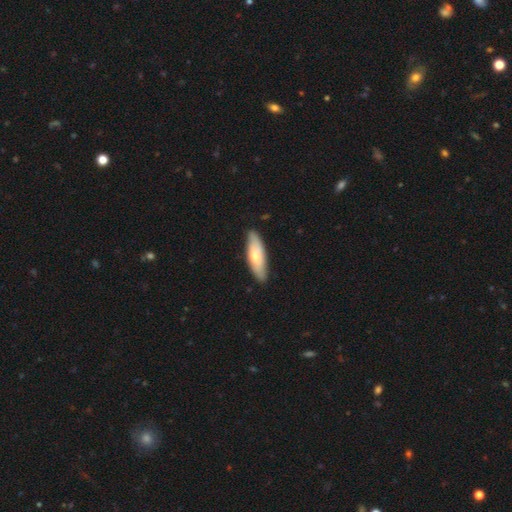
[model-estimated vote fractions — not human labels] This is likely a smooth galaxy (62%). How rounded: possibly in between (52%). Merging: clearly none (85%).